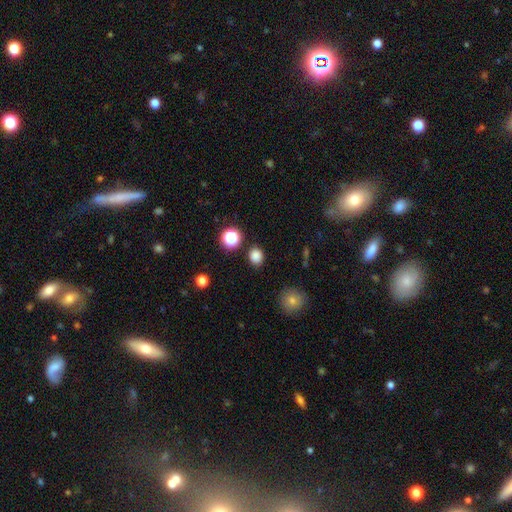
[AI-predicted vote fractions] Smooth or featured?
  - smooth: 82% *
  - star or artifact: 14%
  - featured or disk: 4%
How rounded?
  - round: 67% *
  - in between: 32%
  - cigar-shaped: 1%
Merging?
  - none: 86% *
  - minor disturbance: 8%
  - merger: 3%
  - major disturbance: 3%